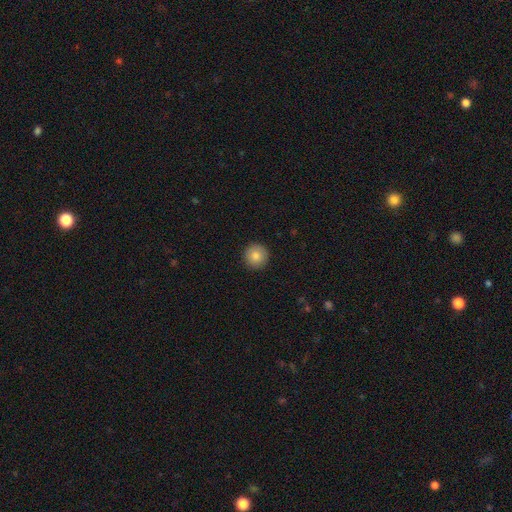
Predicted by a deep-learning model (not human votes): Q: Smooth or featured?
A: smooth (83%); runner-up: star or artifact (9%)
Q: How rounded?
A: round (96%); runner-up: in between (3%)
Q: Merging?
A: none (92%); runner-up: minor disturbance (6%)